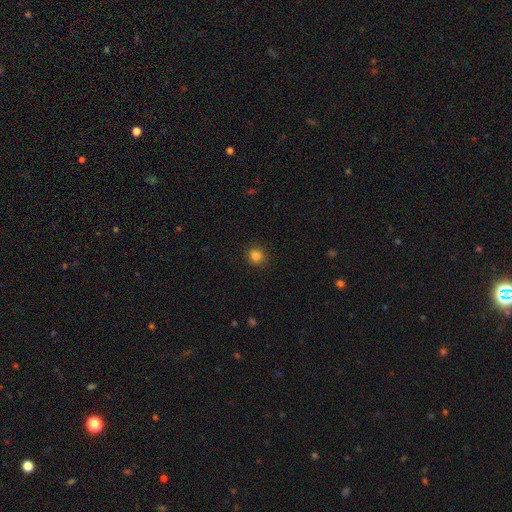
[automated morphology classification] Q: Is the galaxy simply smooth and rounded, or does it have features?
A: smooth — 84%.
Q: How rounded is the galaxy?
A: round — 80%.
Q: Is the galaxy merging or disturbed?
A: none — 89%.